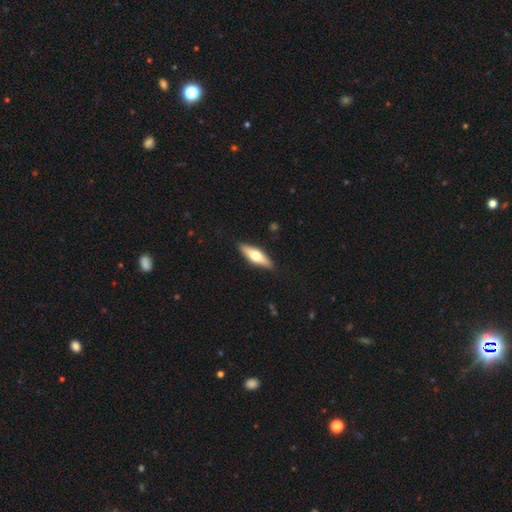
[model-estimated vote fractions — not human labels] Q: Smooth or featured?
A: smooth (52%); runner-up: featured or disk (43%)
Q: How rounded?
A: cigar-shaped (52%); runner-up: in between (46%)
Q: Merging?
A: none (88%); runner-up: minor disturbance (9%)